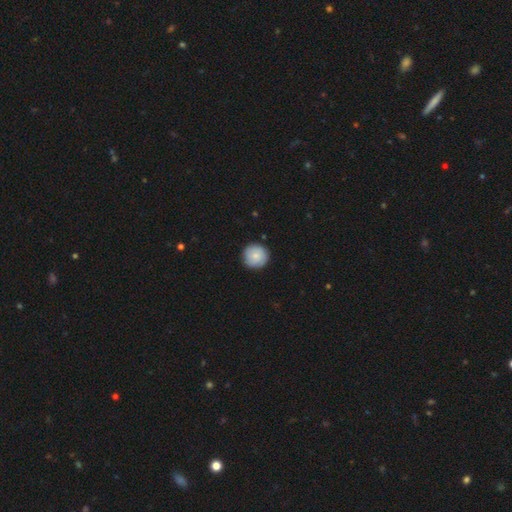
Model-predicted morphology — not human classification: Overall: smooth (82%). How rounded: round (96%). Merging: none (89%).